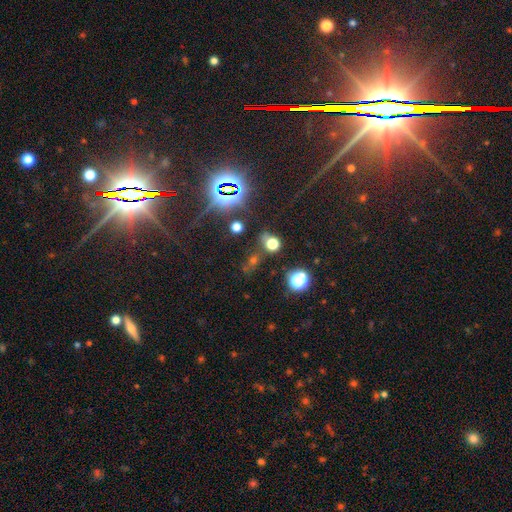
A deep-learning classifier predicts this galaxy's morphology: This appears to be a star or artifact, not a galaxy (76%).